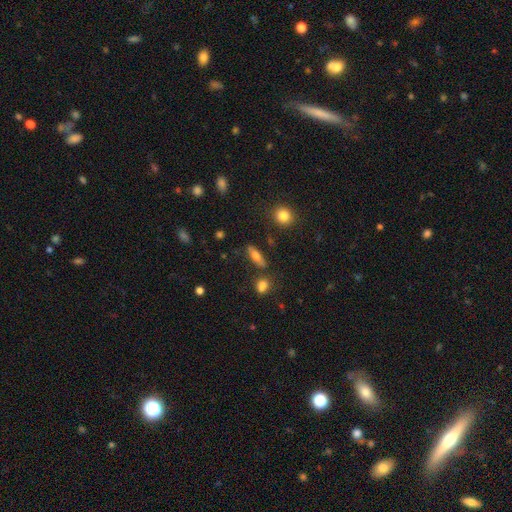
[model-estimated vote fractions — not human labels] This is likely a smooth galaxy (63%). How rounded: possibly cigar-shaped (48%). Merging: likely none (78%).